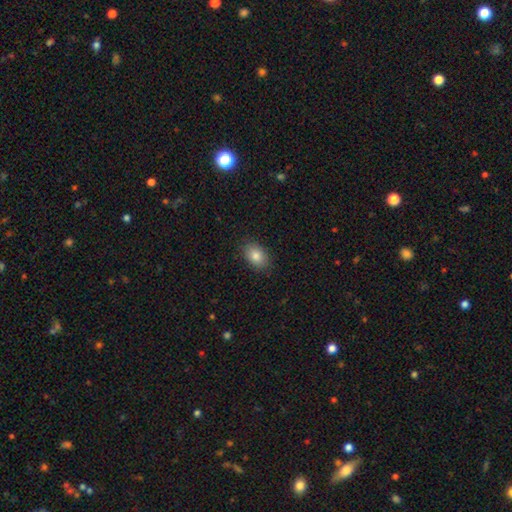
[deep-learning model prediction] Smooth or featured?
  - smooth: 84% *
  - star or artifact: 8%
  - featured or disk: 7%
How rounded?
  - in between: 83% *
  - round: 16%
  - cigar-shaped: 1%
Merging?
  - none: 87% *
  - minor disturbance: 10%
  - major disturbance: 2%
  - merger: 1%